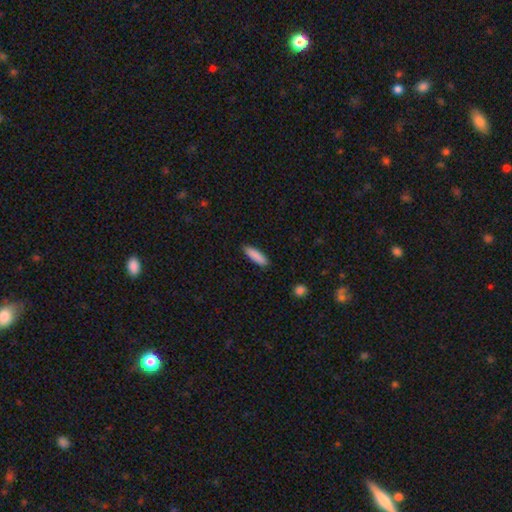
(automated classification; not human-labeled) smooth_or_featured: smooth (p=0.88) [alt: star or artifact p=0.06]
how_rounded: cigar-shaped (p=0.66) [alt: in between p=0.33]
merging: none (p=0.88) [alt: minor disturbance p=0.09]